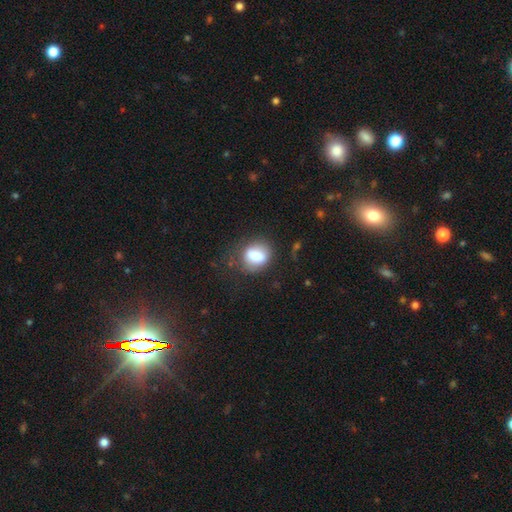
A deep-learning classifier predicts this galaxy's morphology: smooth 75%, featured or disk 16%, star or artifact 9%. Down the decision tree: how rounded — in between (52%); merging — none (67%).